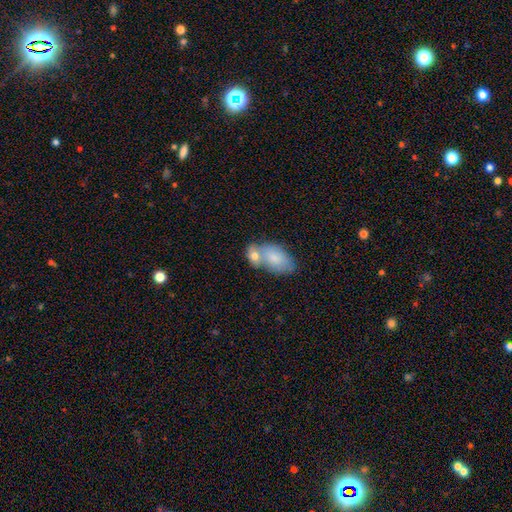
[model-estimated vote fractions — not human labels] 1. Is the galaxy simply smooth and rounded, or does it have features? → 77% smooth, 17% featured or disk, 7% star or artifact.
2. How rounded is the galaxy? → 88% in between, 8% round, 4% cigar-shaped.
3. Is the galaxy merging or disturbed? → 47% merger, 35% none, 13% minor disturbance, 5% major disturbance.